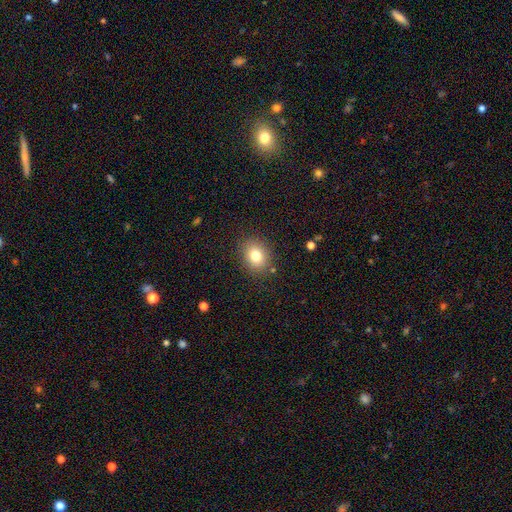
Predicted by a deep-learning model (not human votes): This appears to be a smooth galaxy with no disk features (79%) that is round (54%). Merging: none (86%).